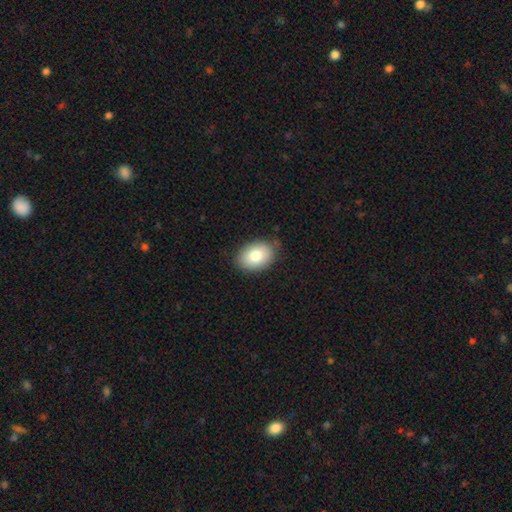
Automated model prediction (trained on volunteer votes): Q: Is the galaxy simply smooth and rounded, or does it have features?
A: smooth — 79%.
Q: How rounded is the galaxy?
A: in between — 80%.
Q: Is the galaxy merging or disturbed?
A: none — 81%.